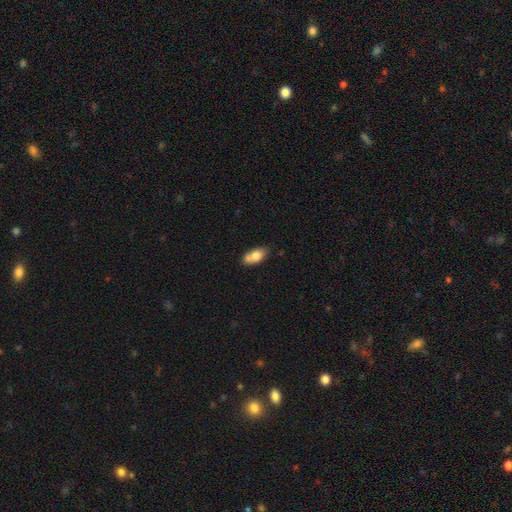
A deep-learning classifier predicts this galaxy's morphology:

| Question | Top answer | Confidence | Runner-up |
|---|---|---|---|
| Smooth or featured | smooth | 77% | featured or disk (16%) |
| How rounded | in between | 88% | cigar-shaped (8%) |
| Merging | none | 59% | minor disturbance (22%) |